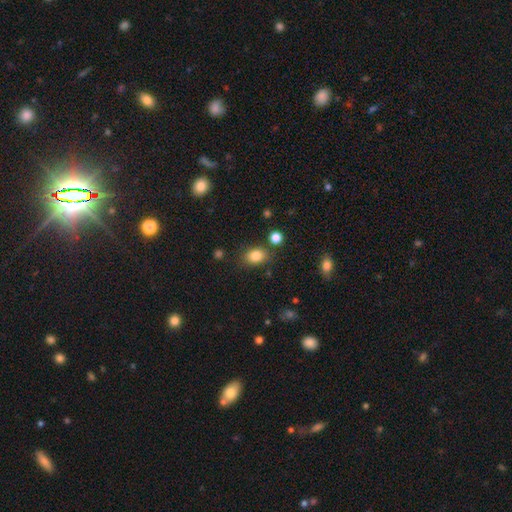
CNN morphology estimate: Smooth or featured? smooth (83%)
How rounded? in between (70%)
Merging? none (77%)